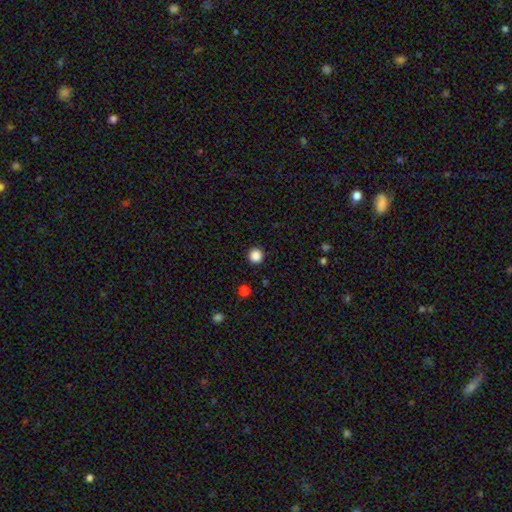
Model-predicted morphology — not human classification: A smooth galaxy with no disk features (87%) that is round (96%). Merging: none (93%).